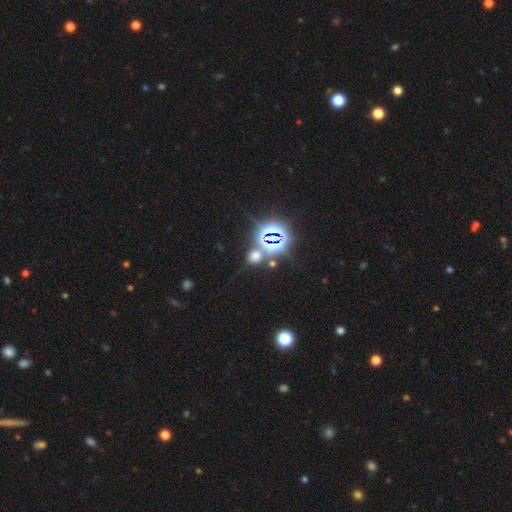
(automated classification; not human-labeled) Smooth or featured? smooth (47%)
Merging? none (71%)